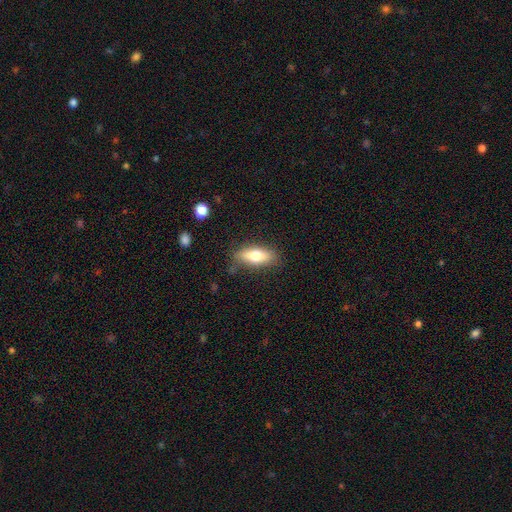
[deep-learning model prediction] A smooth galaxy with no disk features (70%) that is in between round and cigar-shaped (68%).

Vote fractions:
- Smooth or featured? smooth: 70% / featured or disk: 23% / star or artifact: 7%
- How rounded? in between: 68% / cigar-shaped: 29% / round: 3%
- Merging? none: 80% / minor disturbance: 15% / major disturbance: 4% / merger: 2%